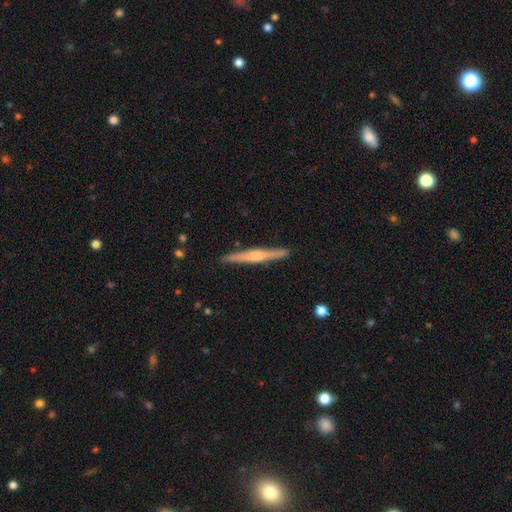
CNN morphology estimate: This appears to be a featured or disk galaxy (68%) viewed edge-on (98%) with a rounded central bulge (74%). Merging: none (91%).